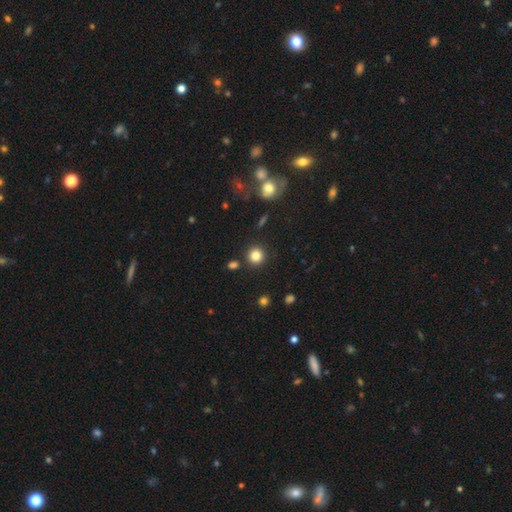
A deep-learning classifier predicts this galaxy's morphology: Smooth or featured? Predicted: smooth (p=0.83). How rounded? Predicted: round (p=0.92). Merging? Predicted: none (p=0.88).